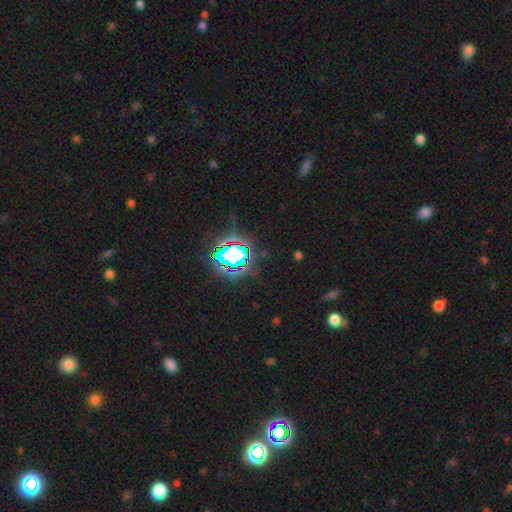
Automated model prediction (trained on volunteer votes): Smooth or featured? star or artifact (78%)